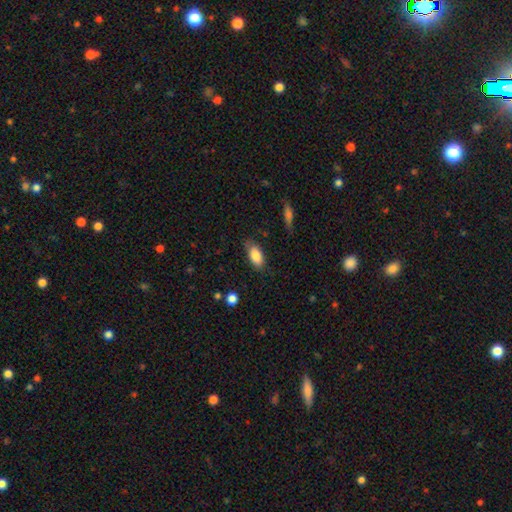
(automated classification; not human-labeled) Morphology: type=smooth (85%); roundness=in between (88%); merging=none (76%).